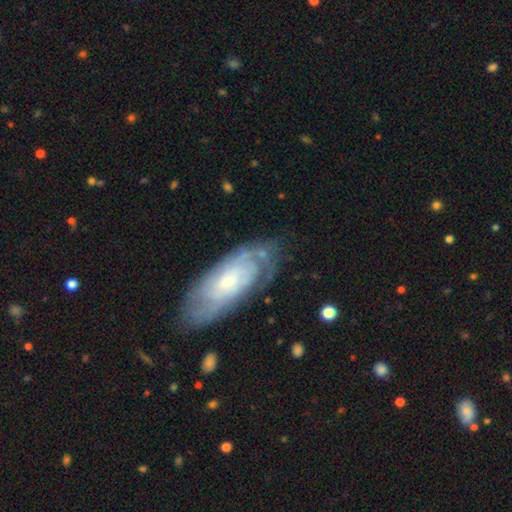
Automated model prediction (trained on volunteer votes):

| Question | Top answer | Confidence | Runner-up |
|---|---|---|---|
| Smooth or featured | featured or disk | 72% | smooth (21%) |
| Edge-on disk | no | 87% | yes (13%) |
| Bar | no | 73% | weak (22%) |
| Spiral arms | yes | 88% | no (12%) |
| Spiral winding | tight | 71% | medium (23%) |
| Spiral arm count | can't tell | 59% | 2 (18%) |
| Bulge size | small | 61% | moderate (33%) |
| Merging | none | 75% | minor disturbance (18%) |